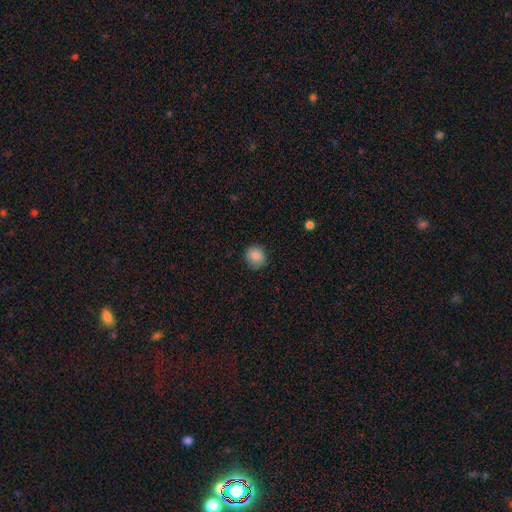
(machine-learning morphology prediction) A smooth galaxy with no disk features (87%) that is round (79%). Merging: none (81%).